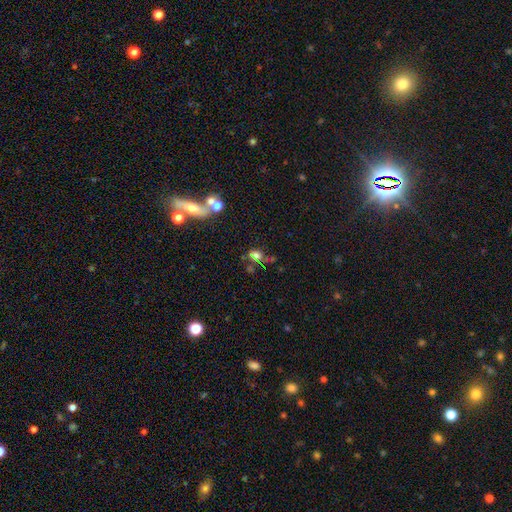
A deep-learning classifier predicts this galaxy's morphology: smooth_or_featured: smooth (p=0.53) [alt: star or artifact p=0.32]
how_rounded: in between (p=0.49) [alt: round p=0.47]
merging: none (p=0.45) [alt: merger p=0.26]